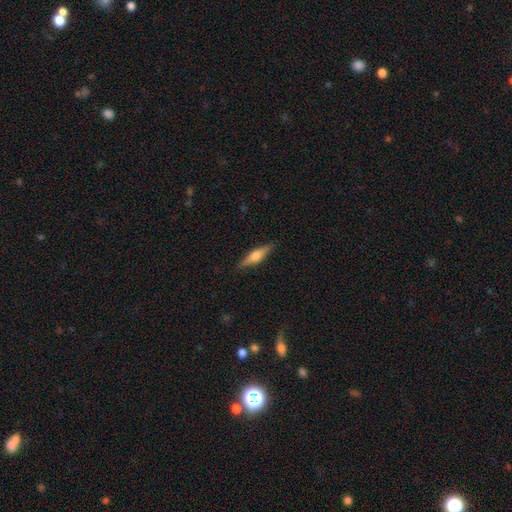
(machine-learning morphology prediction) Smooth or featured?
  - featured or disk: 53% *
  - smooth: 41%
  - star or artifact: 6%
Edge-on disk?
  - yes: 95% *
  - no: 5%
Merging?
  - none: 89% *
  - minor disturbance: 8%
  - major disturbance: 2%
  - merger: 1%